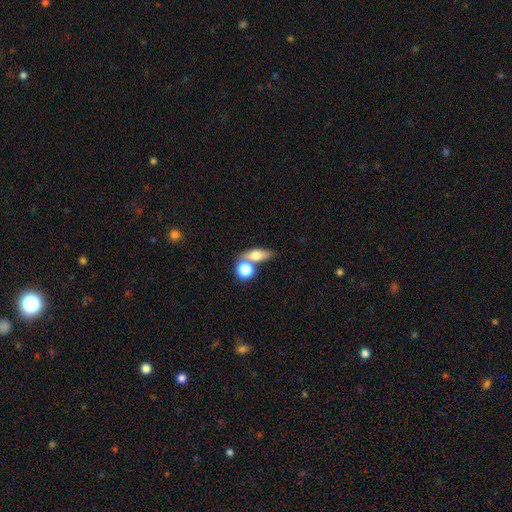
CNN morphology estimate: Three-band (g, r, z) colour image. It shows a smooth galaxy with no disk features (65%) that is in between round and cigar-shaped (55%). Merging: none (49%).